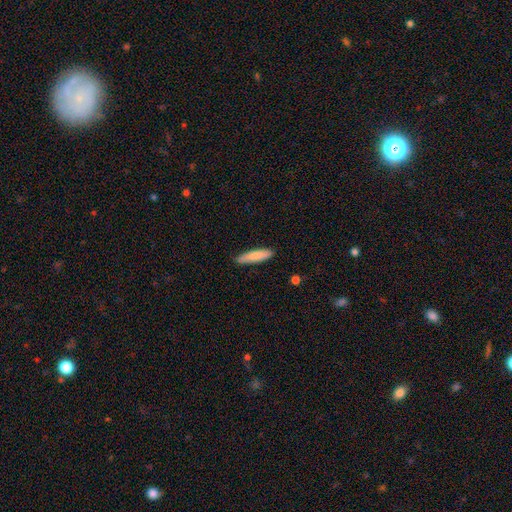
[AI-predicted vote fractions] Smooth or featured: smooth — 83% (featured or disk — 11%)
How rounded: cigar-shaped — 81% (in between — 18%)
Merging: none — 88% (minor disturbance — 9%)